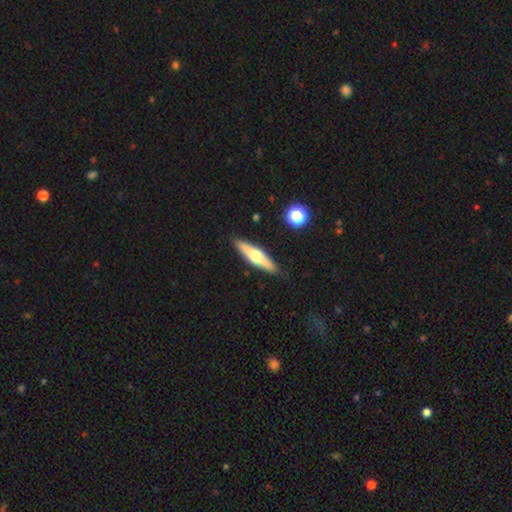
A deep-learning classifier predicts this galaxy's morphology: A featured or disk galaxy (55%) viewed edge-on (94%) with a rounded central bulge (92%).

Vote fractions:
- Smooth or featured? featured or disk: 55% / smooth: 40% / star or artifact: 6%
- Edge-on disk? yes: 94% / no: 6%
- Edge-on bulge? rounded: 92% / boxy: 5% / none: 4%
- Merging? none: 89% / minor disturbance: 8% / major disturbance: 2% / merger: 1%